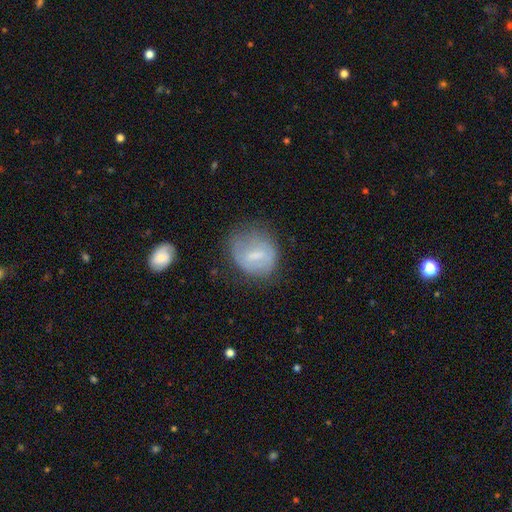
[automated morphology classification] Smooth or featured? smooth (49%)
Merging? none (51%)